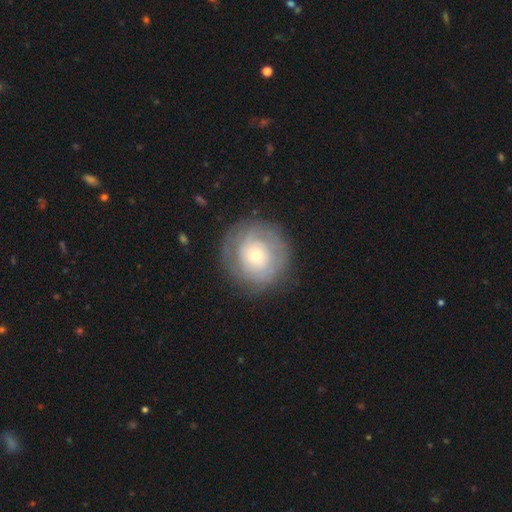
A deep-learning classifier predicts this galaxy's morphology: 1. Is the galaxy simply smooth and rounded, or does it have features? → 54% featured or disk, 39% smooth, 8% star or artifact.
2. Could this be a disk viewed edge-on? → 97% no, 3% yes.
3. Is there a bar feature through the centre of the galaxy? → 86% no, 11% weak, 3% strong.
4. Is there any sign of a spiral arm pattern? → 64% yes, 36% no.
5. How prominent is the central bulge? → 57% small, 36% moderate, 4% large, 1% dominant, 1% none.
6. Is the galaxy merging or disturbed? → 81% none, 12% minor disturbance, 6% major disturbance, 1% merger.